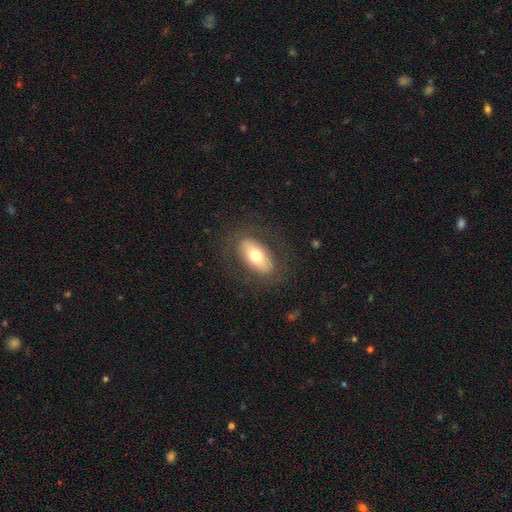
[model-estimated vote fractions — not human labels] Smooth or featured? Predicted: smooth (p=0.61). How rounded? Predicted: in between (p=0.90). Merging? Predicted: none (p=0.79).